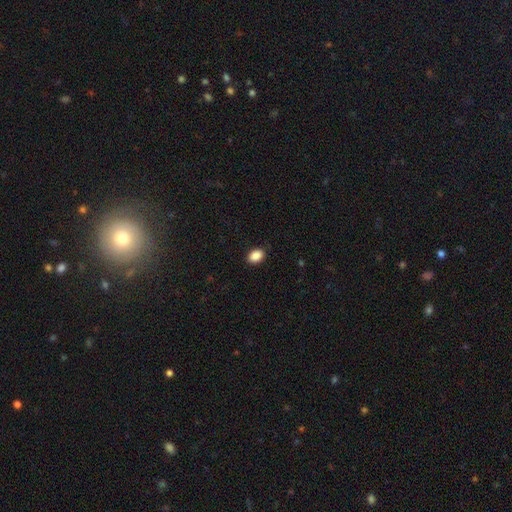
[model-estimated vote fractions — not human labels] This appears to be a smooth galaxy with no disk features (89%) that is in between round and cigar-shaped (79%). Merging: none (89%).